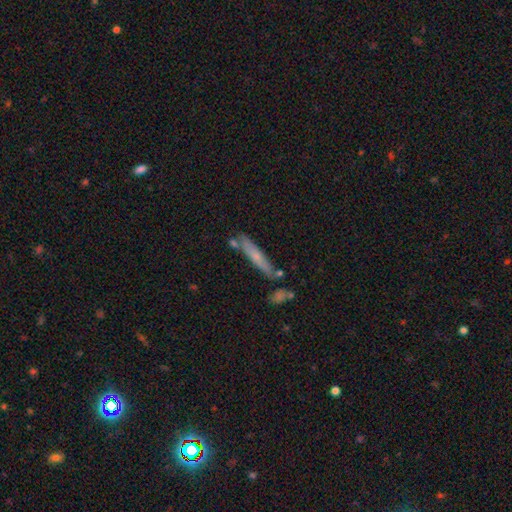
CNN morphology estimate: Smooth or featured? Predicted: smooth (p=0.57). How rounded? Predicted: cigar-shaped (p=0.92). Merging? Predicted: none (p=0.73).